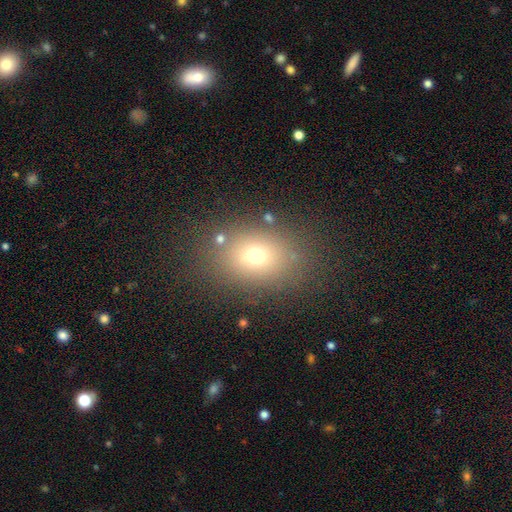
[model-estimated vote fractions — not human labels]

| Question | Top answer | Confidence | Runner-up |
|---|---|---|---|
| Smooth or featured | smooth | 69% | star or artifact (18%) |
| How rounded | in between | 58% | round (41%) |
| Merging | none | 80% | minor disturbance (11%) |